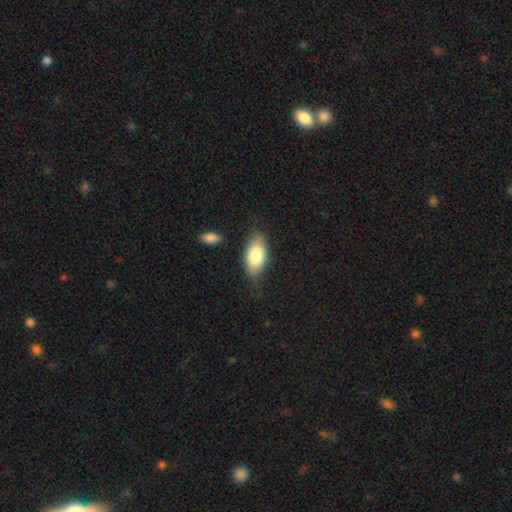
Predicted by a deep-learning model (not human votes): Morphology: type=smooth (82%); roundness=in between (91%); merging=none (74%).